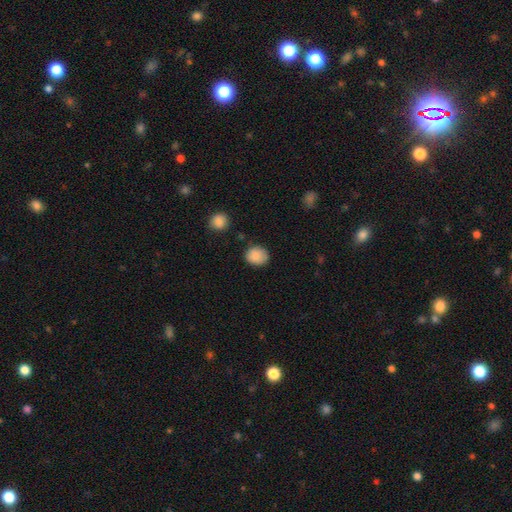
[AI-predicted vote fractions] This appears to be a smooth galaxy with no disk features (87%) that is round (66%). Merging: none (78%).